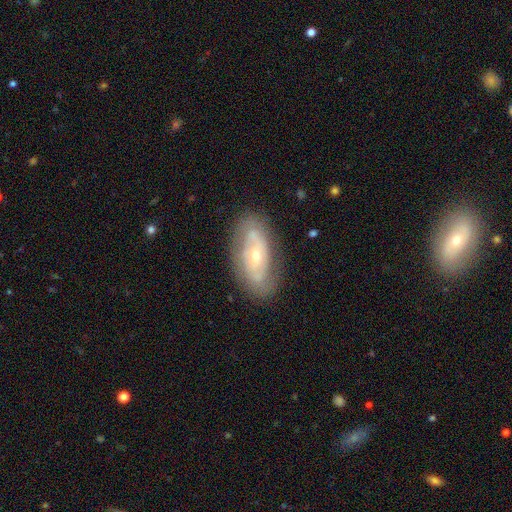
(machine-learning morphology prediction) A featured or disk galaxy (68%) with no bar (74%), spiral arms (56%) and a small central bulge (54%).

Vote fractions:
- Smooth or featured? featured or disk: 68% / smooth: 25% / star or artifact: 6%
- Edge-on disk? no: 90% / yes: 10%
- Bar? no: 74% / weak: 19% / strong: 7%
- Spiral arms? yes: 56% / no: 44%
- Bulge size? small: 54% / moderate: 42% / large: 2% / none: 1% / dominant: 1%
- Merging? none: 76% / minor disturbance: 16% / major disturbance: 6% / merger: 2%